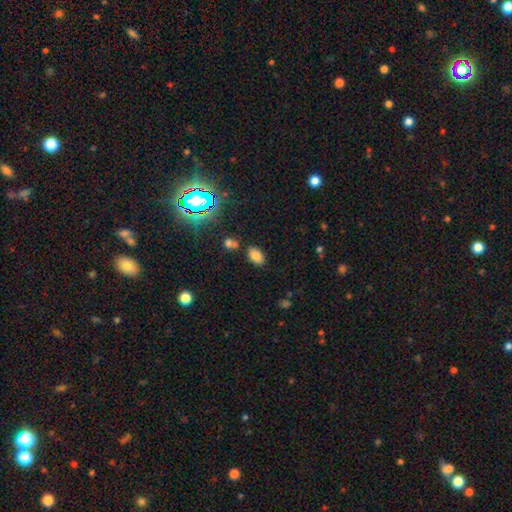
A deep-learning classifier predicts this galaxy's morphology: Smooth or featured?
  - smooth: 77% *
  - star or artifact: 15%
  - featured or disk: 8%
How rounded?
  - in between: 91% *
  - round: 7%
  - cigar-shaped: 2%
Merging?
  - none: 79% *
  - minor disturbance: 11%
  - merger: 7%
  - major disturbance: 3%